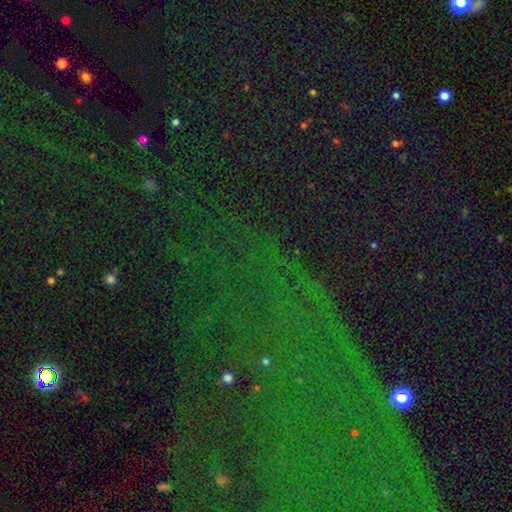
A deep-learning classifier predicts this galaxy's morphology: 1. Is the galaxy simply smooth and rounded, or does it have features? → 83% star or artifact, 9% smooth, 8% featured or disk.